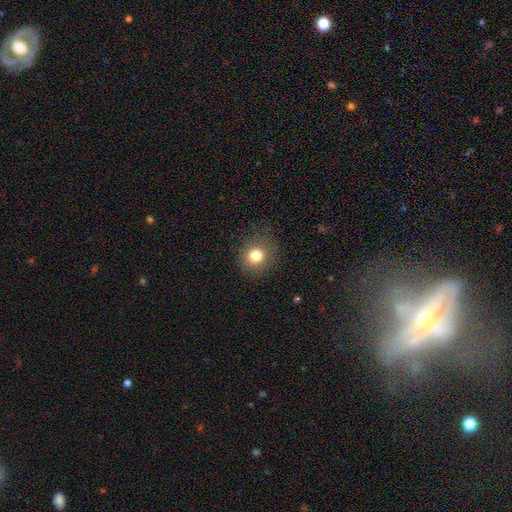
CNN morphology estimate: smooth_or_featured: smooth (p=0.80) [alt: star or artifact p=0.13]
how_rounded: round (p=0.87) [alt: in between p=0.12]
merging: none (p=0.87) [alt: minor disturbance p=0.08]